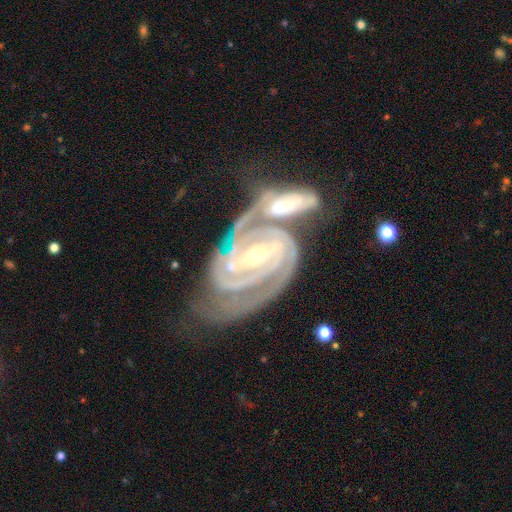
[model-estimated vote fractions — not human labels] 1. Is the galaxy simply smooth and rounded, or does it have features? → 93% featured or disk, 4% star or artifact, 3% smooth.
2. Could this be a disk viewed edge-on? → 97% no, 3% yes.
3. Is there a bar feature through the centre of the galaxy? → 46% strong, 35% weak, 19% no.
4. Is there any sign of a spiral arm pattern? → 99% yes, 1% no.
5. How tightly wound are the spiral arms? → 70% tight, 26% medium, 4% loose.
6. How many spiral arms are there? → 56% 2, 23% 3, 7% can't tell, 6% 4, 4% 1, 4% more than 4.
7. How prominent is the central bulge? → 57% small, 39% moderate, 1% large, 1% none, 1% dominant.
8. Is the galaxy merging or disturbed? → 45% merger, 34% none, 14% minor disturbance, 7% major disturbance.